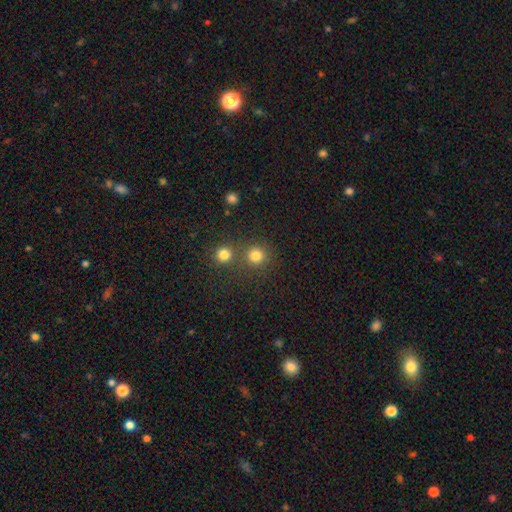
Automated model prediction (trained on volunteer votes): Smooth or featured?
  - smooth: 81% *
  - star or artifact: 14%
  - featured or disk: 5%
How rounded?
  - round: 91% *
  - in between: 8%
  - cigar-shaped: 1%
Merging?
  - none: 70% *
  - merger: 21%
  - minor disturbance: 6%
  - major disturbance: 3%